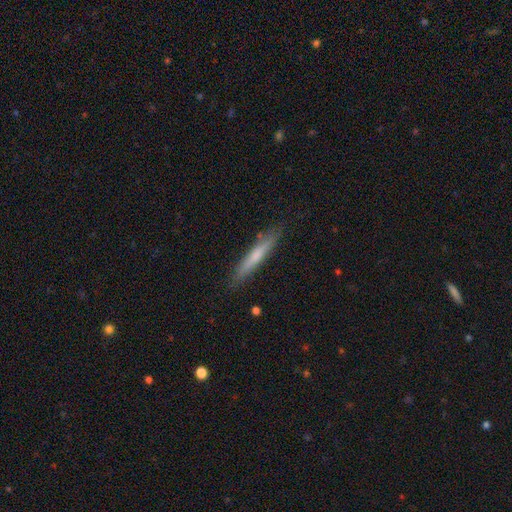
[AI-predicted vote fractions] This is likely a smooth galaxy (61%). How rounded: clearly cigar-shaped (94%). Merging: clearly none (86%).